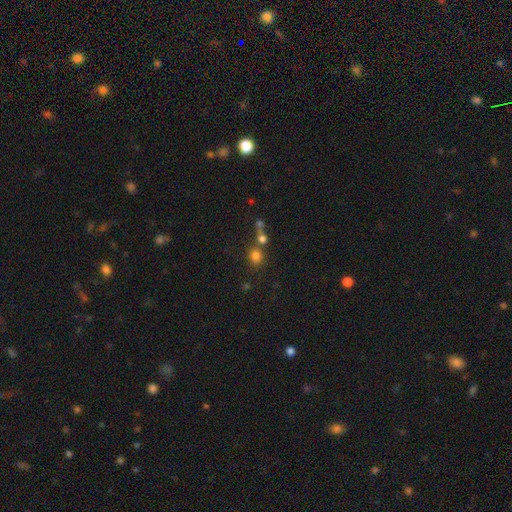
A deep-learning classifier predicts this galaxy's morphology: smooth-or-featured: smooth: 77% | star or artifact: 16% | featured or disk: 7%
  how-rounded: round: 71% | in between: 27% | cigar-shaped: 1%
  merging: none: 61% | merger: 24% | minor disturbance: 10% | major disturbance: 5%